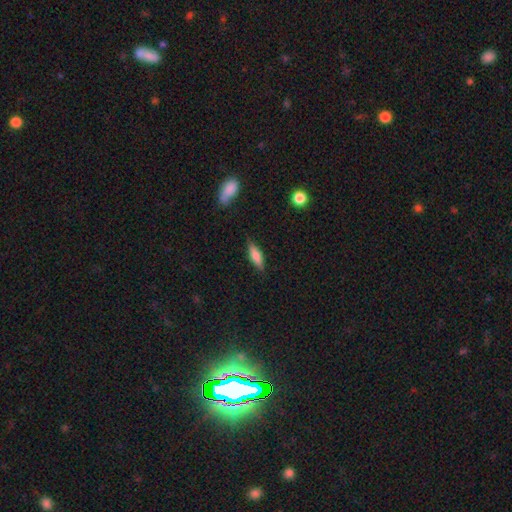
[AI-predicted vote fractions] smooth-or-featured: smooth: 68% | featured or disk: 25% | star or artifact: 7%
  how-rounded: cigar-shaped: 56% | in between: 42% | round: 2%
  merging: none: 83% | minor disturbance: 13% | major disturbance: 3% | merger: 2%